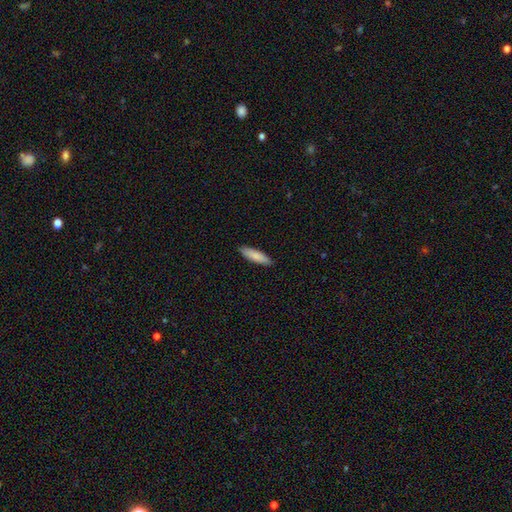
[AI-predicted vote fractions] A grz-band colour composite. It shows a smooth galaxy with no disk features (85%) that is cigar-shaped (64%). Merging: none (89%).